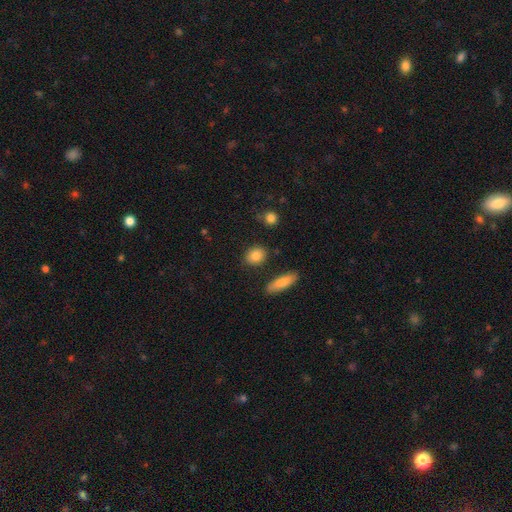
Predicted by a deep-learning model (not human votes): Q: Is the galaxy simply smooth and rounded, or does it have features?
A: smooth — 85%.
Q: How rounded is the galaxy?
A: round — 55%.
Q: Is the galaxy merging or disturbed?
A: none — 85%.